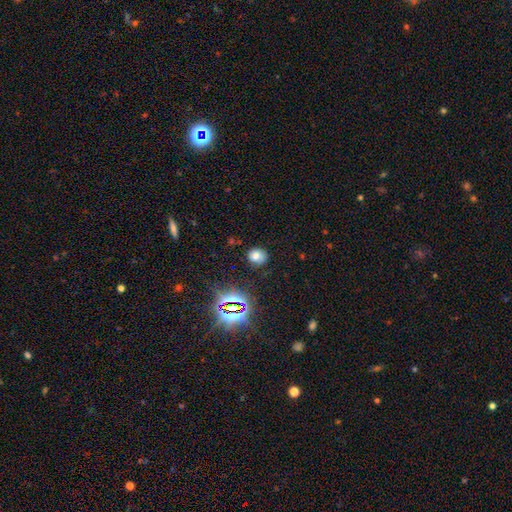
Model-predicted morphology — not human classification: type=smooth (67%); roundness=round (70%); merging=none (80%).